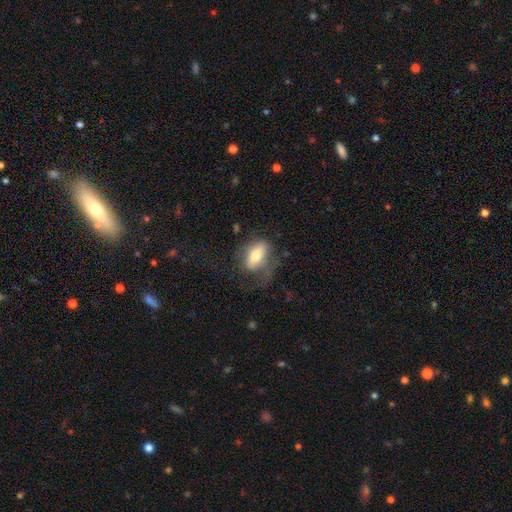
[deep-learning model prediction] Overall: smooth (63%; featured or disk 29%). How rounded: in between (84%). Merging: none (44%; major disturbance 29%).